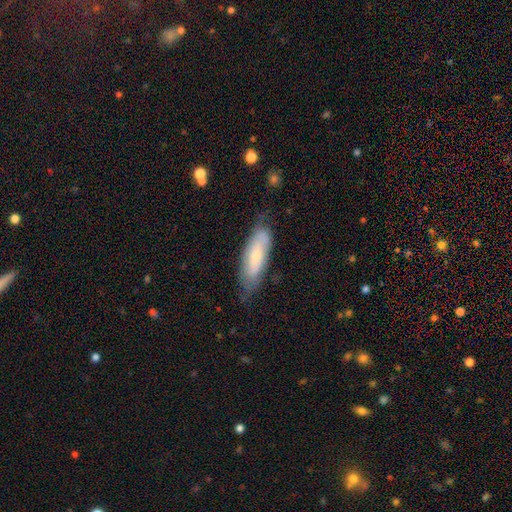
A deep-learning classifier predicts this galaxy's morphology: A smooth galaxy with no disk features (51%) that is in between round and cigar-shaped (56%).

Vote fractions:
- Smooth or featured? smooth: 51% / featured or disk: 42% / star or artifact: 7%
- How rounded? in between: 56% / cigar-shaped: 42% / round: 2%
- Merging? none: 66% / minor disturbance: 26% / major disturbance: 7% / merger: 2%